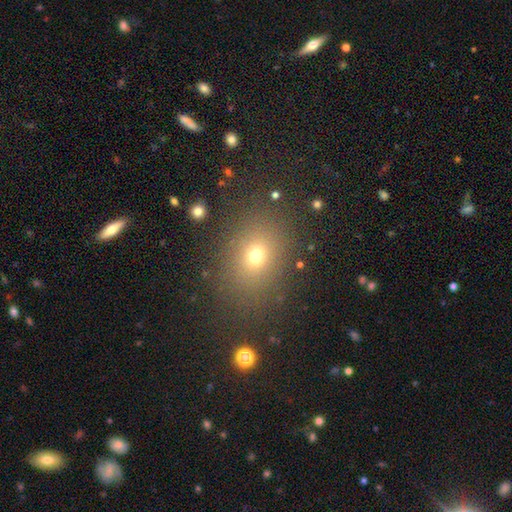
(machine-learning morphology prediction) smooth 68%, star or artifact 20%, featured or disk 12%. Down the decision tree: how rounded — in between (57%); merging — none (82%).